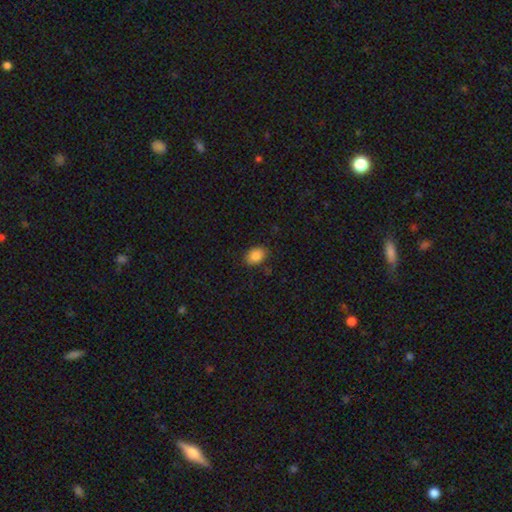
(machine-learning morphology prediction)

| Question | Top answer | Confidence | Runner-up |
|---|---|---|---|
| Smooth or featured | smooth | 86% | star or artifact (9%) |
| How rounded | in between | 75% | round (24%) |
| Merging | none | 83% | minor disturbance (13%) |